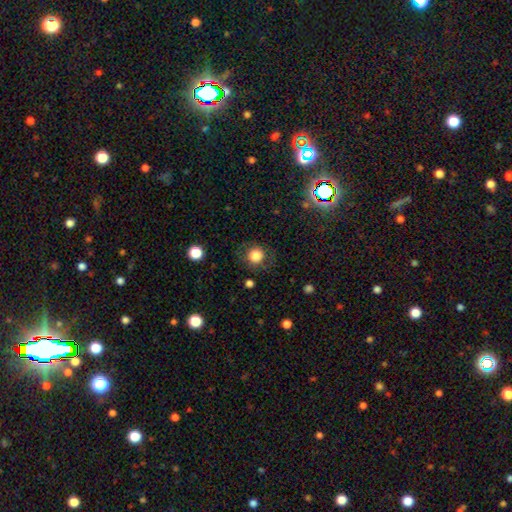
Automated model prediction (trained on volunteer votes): Smooth or featured? smooth (81%)
How rounded? round (91%)
Merging? none (80%)